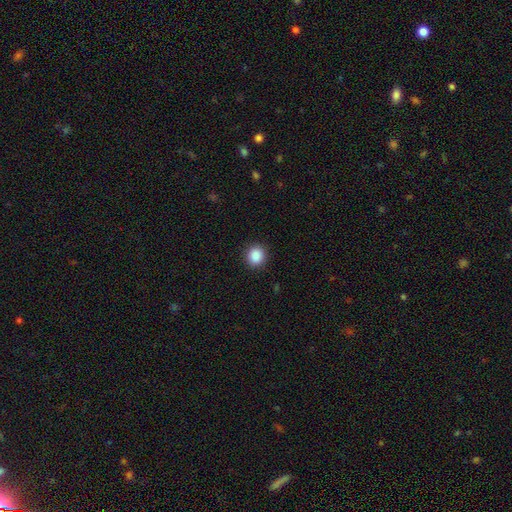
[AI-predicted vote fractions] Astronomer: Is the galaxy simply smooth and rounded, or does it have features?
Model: smooth — 88%.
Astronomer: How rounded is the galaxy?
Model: round — 85%.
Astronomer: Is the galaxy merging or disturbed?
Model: none — 91%.